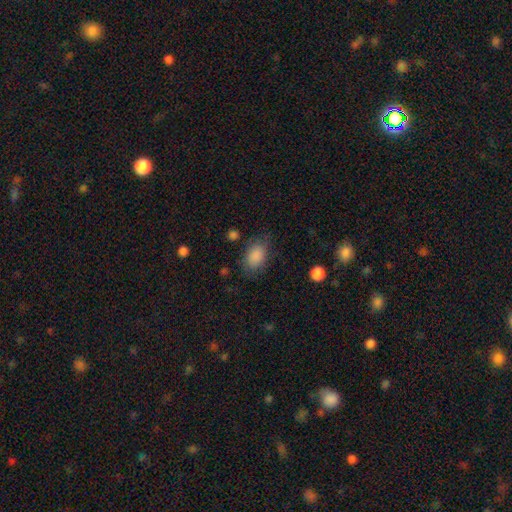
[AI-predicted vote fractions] Overall: smooth (86%). How rounded: in between (82%). Merging: none (70%).